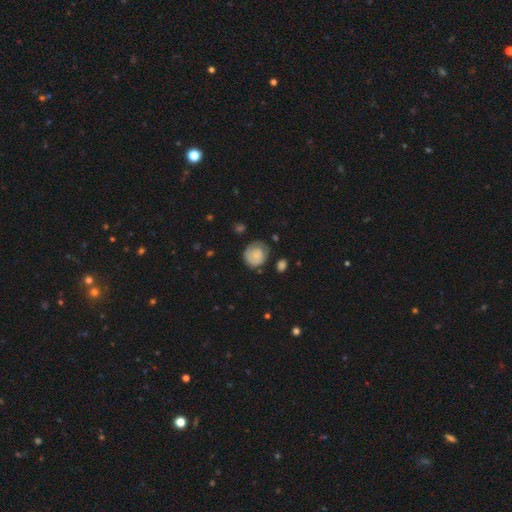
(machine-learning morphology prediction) Q: Smooth or featured?
A: smooth (68%); runner-up: featured or disk (25%)
Q: How rounded?
A: round (77%); runner-up: in between (22%)
Q: Merging?
A: none (55%); runner-up: minor disturbance (30%)